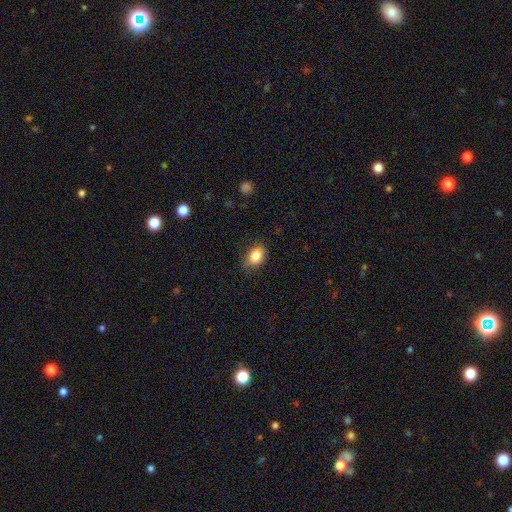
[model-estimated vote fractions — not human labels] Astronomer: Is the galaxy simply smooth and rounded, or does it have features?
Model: smooth — 85%.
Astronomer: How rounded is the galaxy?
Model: in between — 76%.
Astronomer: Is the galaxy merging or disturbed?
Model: none — 77%.